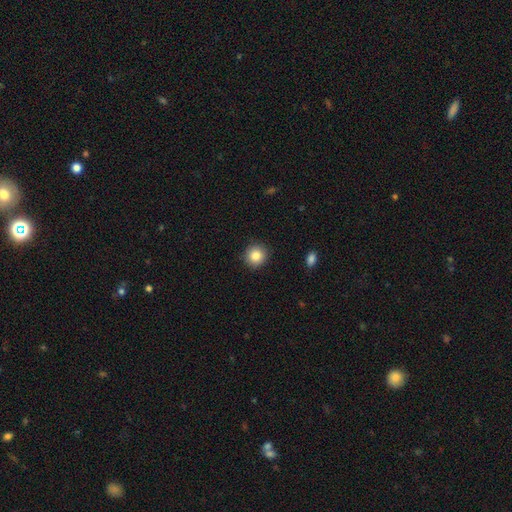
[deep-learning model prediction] smooth_or_featured: smooth (p=0.84) [alt: star or artifact p=0.10]
how_rounded: round (p=0.92) [alt: in between p=0.07]
merging: none (p=0.91) [alt: minor disturbance p=0.06]